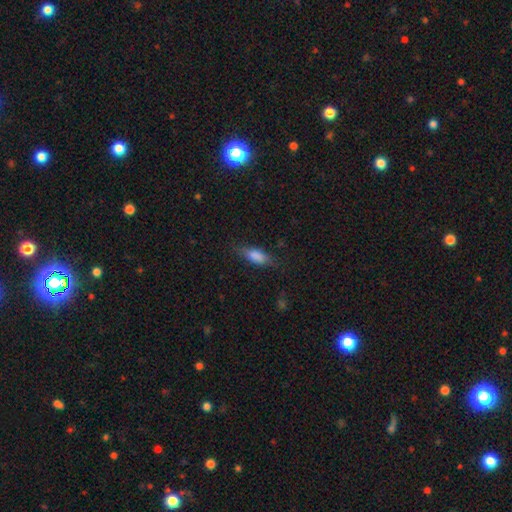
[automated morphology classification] This is likely a smooth galaxy (78%). How rounded: likely in between (67%). Merging: likely none (72%).